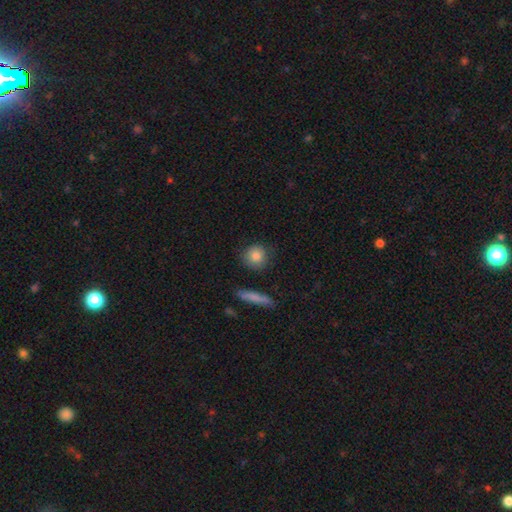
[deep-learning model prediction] A smooth galaxy with no disk features (85%) that is round (87%). Merging: none (82%).